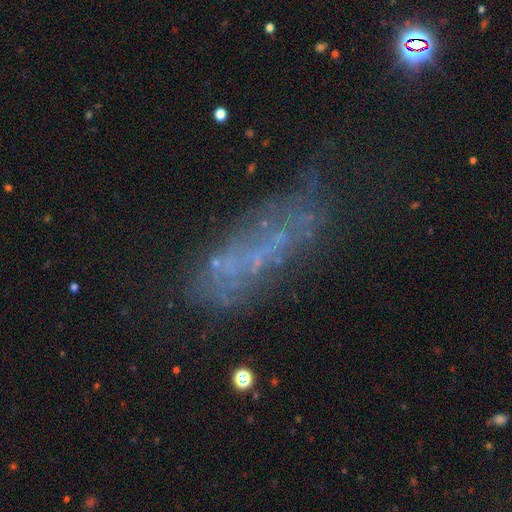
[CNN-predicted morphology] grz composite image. It shows a featured or disk galaxy (47%). Merging: none (49%).